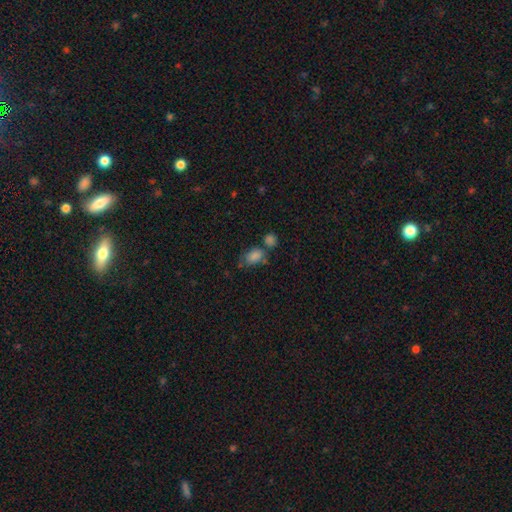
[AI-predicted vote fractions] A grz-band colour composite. It shows a smooth galaxy with no disk features (81%) that is in between round and cigar-shaped (82%). Merging: none (44%).